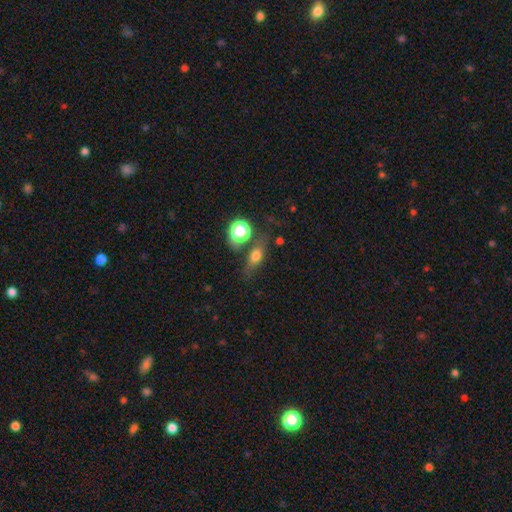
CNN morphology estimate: Q: Smooth or featured?
A: smooth (63%); runner-up: featured or disk (22%)
Q: How rounded?
A: in between (54%); runner-up: round (24%)
Q: Merging?
A: none (64%); runner-up: minor disturbance (17%)